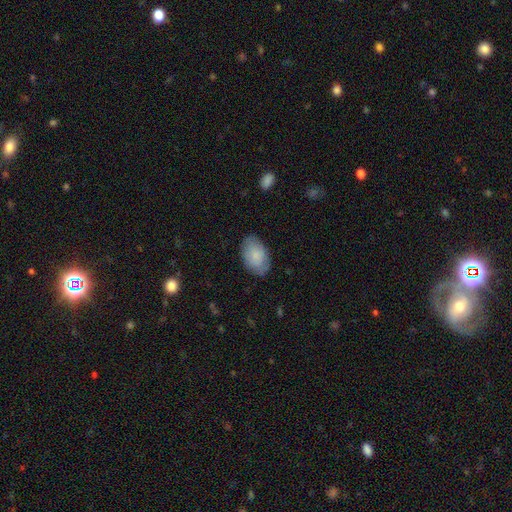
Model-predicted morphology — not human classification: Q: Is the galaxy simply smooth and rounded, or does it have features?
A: smooth — 81%.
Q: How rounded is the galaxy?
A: in between — 91%.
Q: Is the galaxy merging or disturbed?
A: none — 80%.